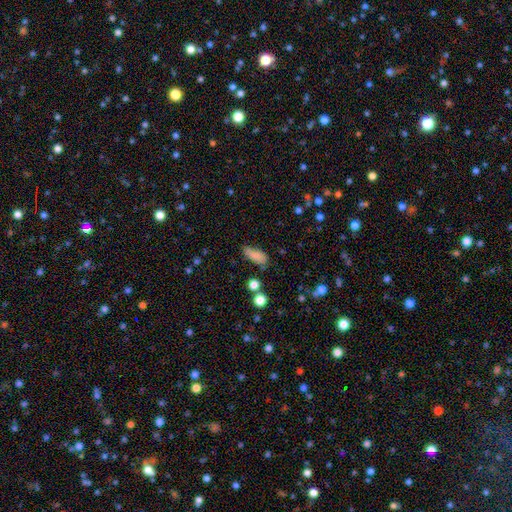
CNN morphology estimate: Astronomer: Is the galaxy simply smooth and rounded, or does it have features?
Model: smooth — 78%.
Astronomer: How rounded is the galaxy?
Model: in between — 77%.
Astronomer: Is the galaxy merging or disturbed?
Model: none — 56%.